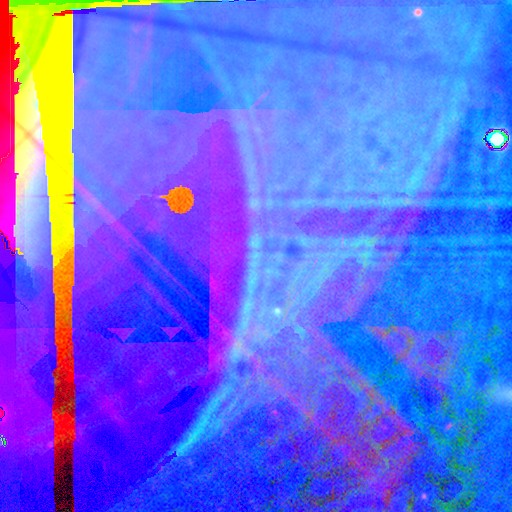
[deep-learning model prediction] smooth_or_featured: star or artifact (p=0.88) [alt: featured or disk p=0.07]